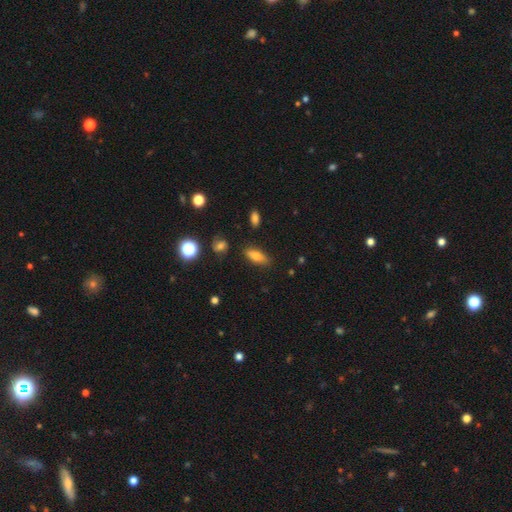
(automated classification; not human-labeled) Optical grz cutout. It shows a smooth galaxy with no disk features (69%) that is in between round and cigar-shaped (66%). Merging: none (81%).